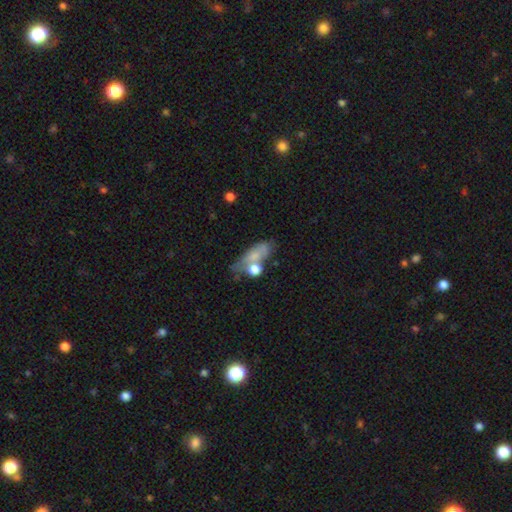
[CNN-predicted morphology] This appears to be a smooth galaxy with no disk features (60%) that is in between round and cigar-shaped (69%). Merging: none (34%).